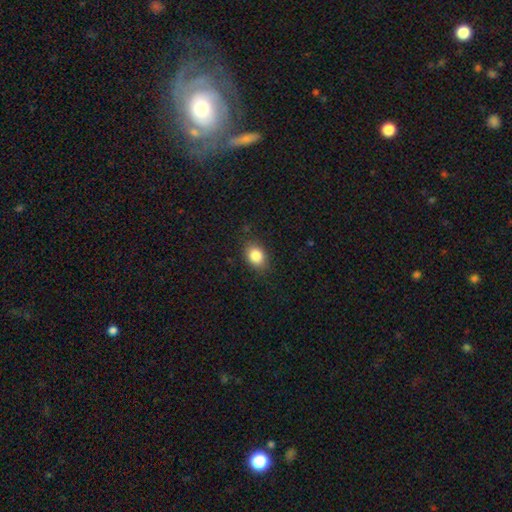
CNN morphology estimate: A smooth galaxy with no disk features (84%) that is in between round and cigar-shaped (65%). Merging: none (83%).